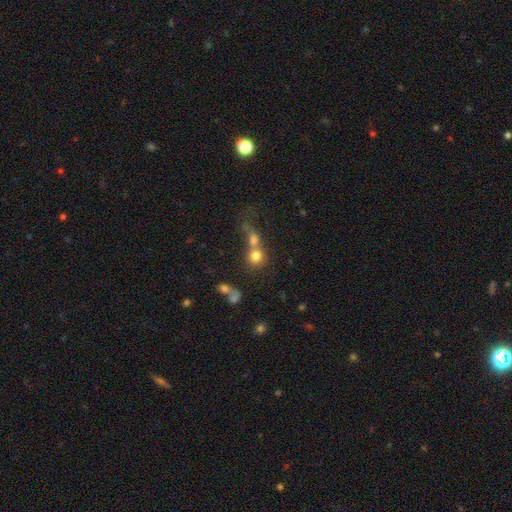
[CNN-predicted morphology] smooth-or-featured: smooth: 74% | featured or disk: 13% | star or artifact: 13%
  how-rounded: round: 83% | in between: 15% | cigar-shaped: 2%
  merging: merger: 53% | none: 33% | minor disturbance: 7% | major disturbance: 6%